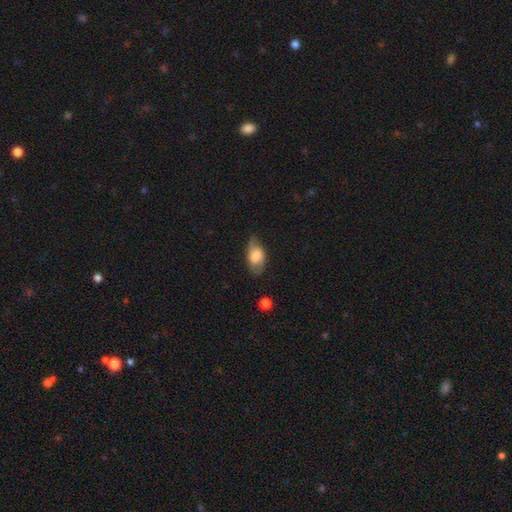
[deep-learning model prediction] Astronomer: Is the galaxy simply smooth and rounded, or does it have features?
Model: smooth — 58% (runner-up: featured or disk, 34%).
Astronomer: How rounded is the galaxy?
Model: in between — 89%.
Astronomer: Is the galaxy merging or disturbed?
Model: none — 69%.